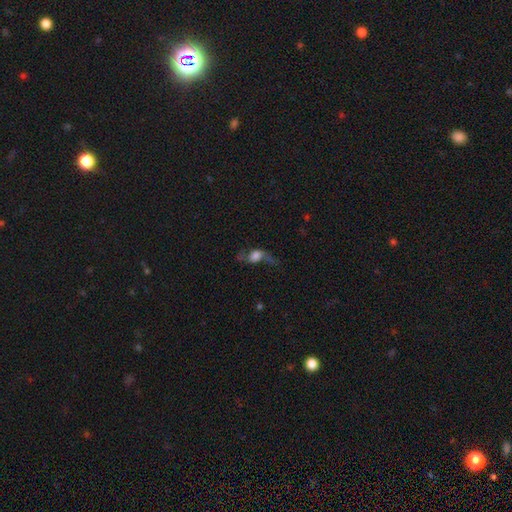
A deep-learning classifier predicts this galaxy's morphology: The model was most divided on "merging": major disturbance: 40%, none: 36%, minor disturbance: 19%, merger: 5%. Remaining: smooth or featured — featured or disk (47%).